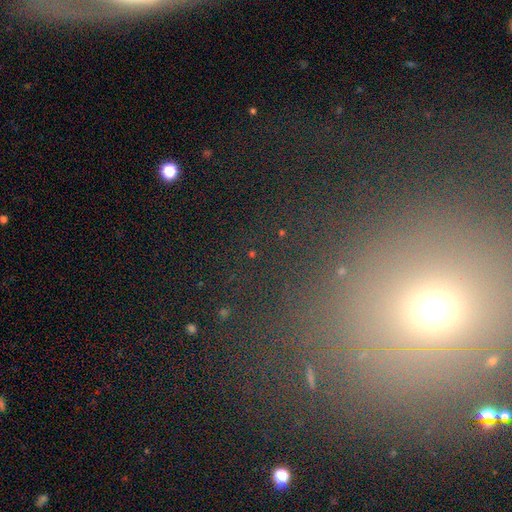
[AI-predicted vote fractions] Smooth or featured?
  - smooth: 47% *
  - star or artifact: 35%
  - featured or disk: 18%
Merging?
  - none: 72% *
  - minor disturbance: 12%
  - major disturbance: 11%
  - merger: 6%